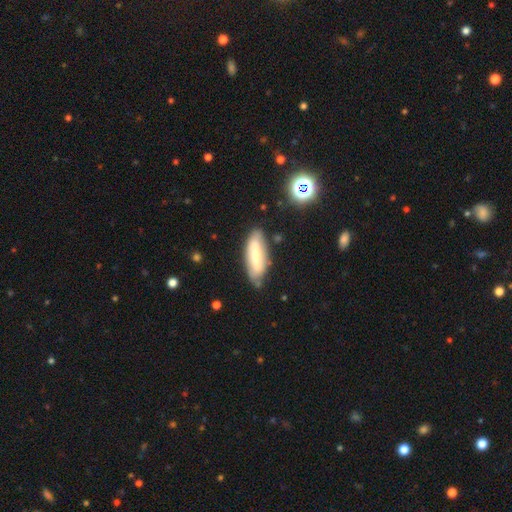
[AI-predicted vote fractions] smooth 60%, featured or disk 33%, star or artifact 7%. Down the decision tree: how rounded — in between (55%); merging — none (72%).